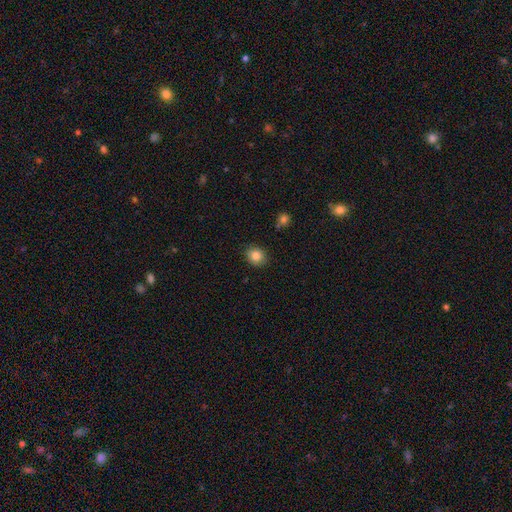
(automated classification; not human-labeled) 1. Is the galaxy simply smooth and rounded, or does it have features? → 84% smooth, 10% star or artifact, 7% featured or disk.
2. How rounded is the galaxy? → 75% round, 24% in between, 1% cigar-shaped.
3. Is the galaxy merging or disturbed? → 88% none, 9% minor disturbance, 2% major disturbance, 2% merger.